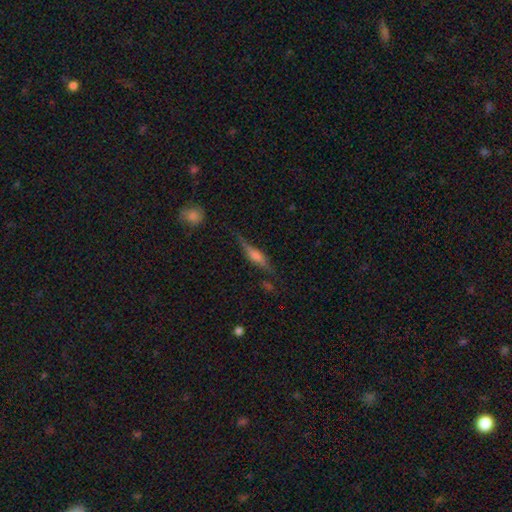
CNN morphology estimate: Smooth or featured? Predicted: featured or disk (p=0.69). Edge-on disk? Predicted: yes (p=0.93). Edge-on bulge? Predicted: rounded (p=0.74). Merging? Predicted: none (p=0.74).